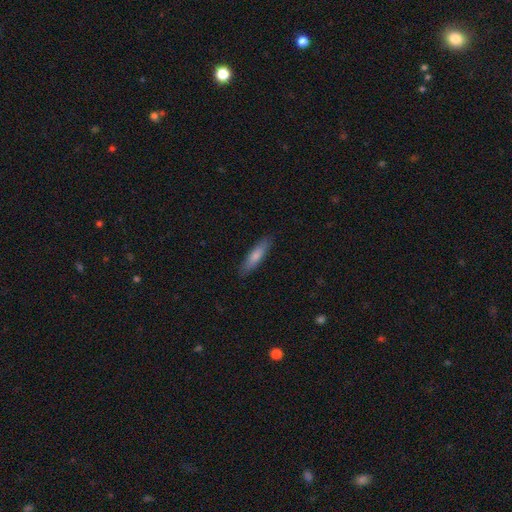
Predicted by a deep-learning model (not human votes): A smooth galaxy with no disk features (77%) that is cigar-shaped (71%).

Vote fractions:
- Smooth or featured? smooth: 77% / featured or disk: 17% / star or artifact: 5%
- How rounded? cigar-shaped: 71% / in between: 28% / round: 2%
- Merging? none: 88% / minor disturbance: 9% / major disturbance: 2% / merger: 1%